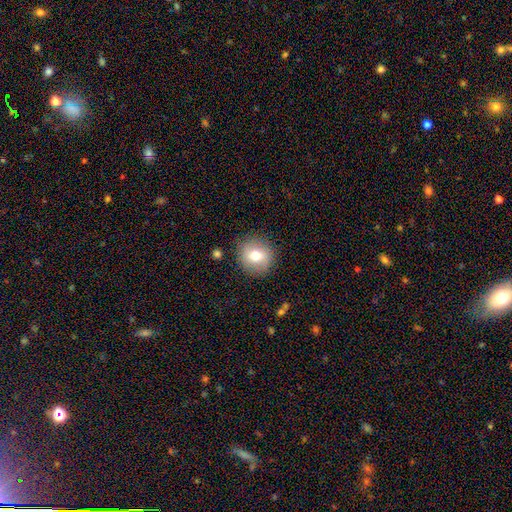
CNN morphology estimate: This appears to be a smooth galaxy with no disk features (70%) that is round (90%). Merging: none (87%).